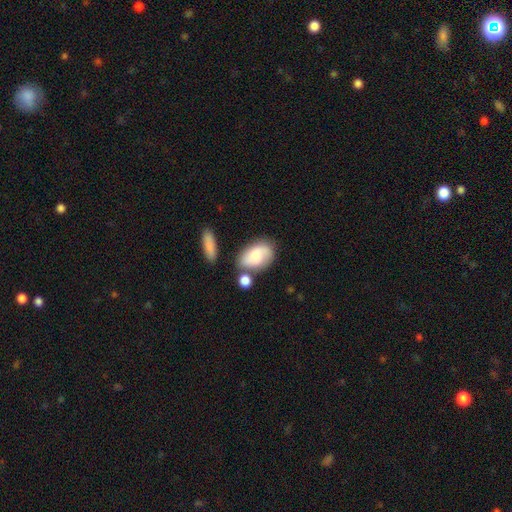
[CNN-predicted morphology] smooth-or-featured: smooth: 62% | featured or disk: 30% | star or artifact: 7%
  how-rounded: in between: 86% | round: 12% | cigar-shaped: 2%
  merging: none: 57% | minor disturbance: 20% | merger: 16% | major disturbance: 7%